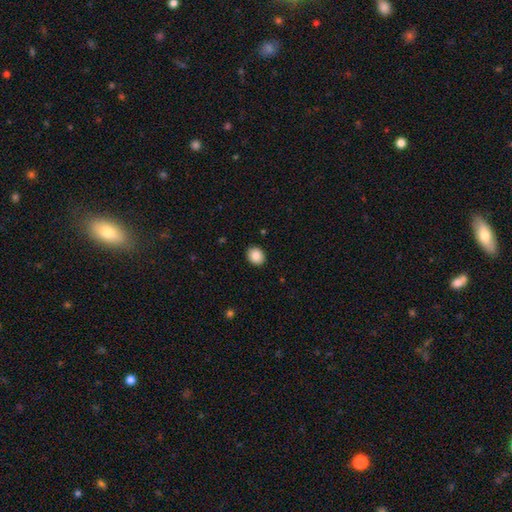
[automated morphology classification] Smooth or featured? Predicted: smooth (p=0.88). How rounded? Predicted: round (p=0.66). Merging? Predicted: none (p=0.91).